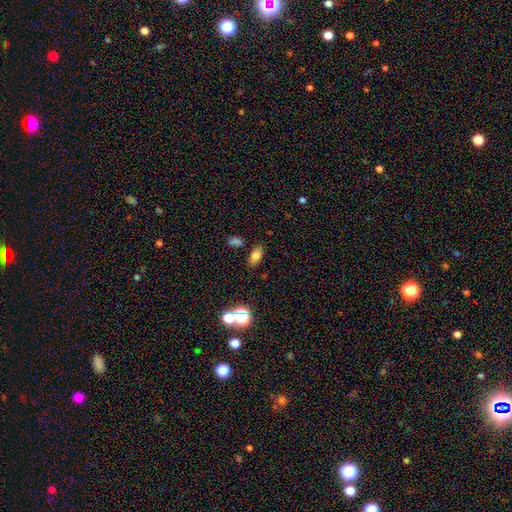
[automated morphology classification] This appears to be a smooth galaxy with no disk features (74%) that is in between round and cigar-shaped (87%). Merging: none (80%).